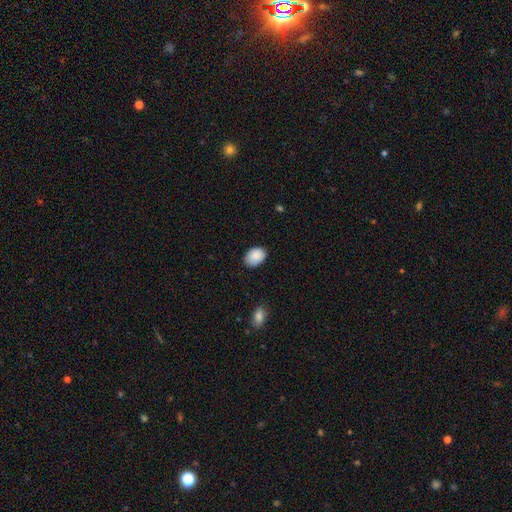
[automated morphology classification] Smooth or featured: smooth — 89% (star or artifact — 7%)
How rounded: in between — 80% (round — 19%)
Merging: none — 81% (minor disturbance — 16%)